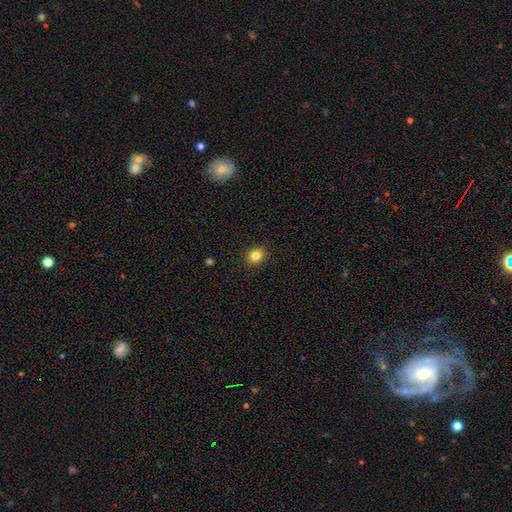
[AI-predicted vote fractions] Overall: smooth (83%). How rounded: round (68%; in between 32%). Merging: none (91%).